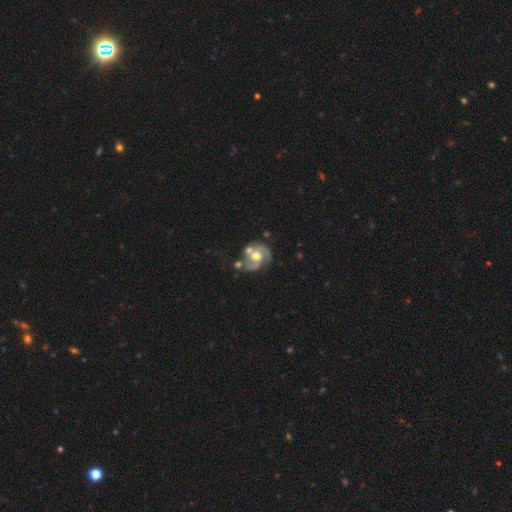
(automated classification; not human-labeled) Smooth or featured?
  - featured or disk: 81% *
  - smooth: 13%
  - star or artifact: 6%
Edge-on disk?
  - no: 98% *
  - yes: 2%
Bar?
  - no: 62% *
  - weak: 31%
  - strong: 7%
Spiral arms?
  - yes: 92% *
  - no: 8%
Spiral winding?
  - medium: 50% *
  - tight: 29%
  - loose: 21%
Spiral arm count?
  - 2: 73% *
  - 1: 9%
  - can't tell: 8%
  - 3: 6%
  - 4: 2%
  - more than 4: 2%
Bulge size?
  - moderate: 75% *
  - large: 12%
  - small: 11%
  - none: 2%
  - dominant: 1%
Merging?
  - none: 48% *
  - minor disturbance: 21%
  - merger: 18%
  - major disturbance: 13%